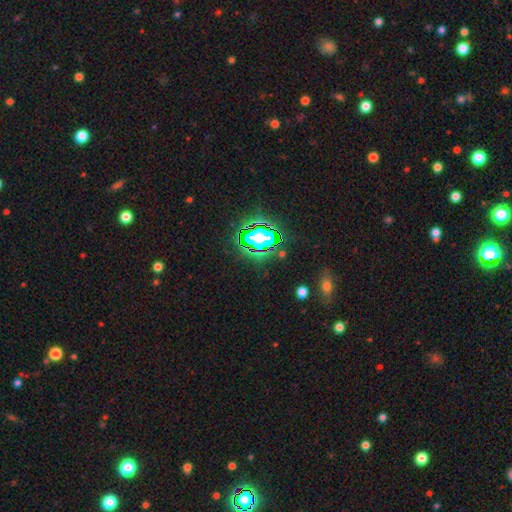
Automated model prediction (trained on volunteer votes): The model was most divided on "smooth or featured": star or artifact: 77%, smooth: 14%, featured or disk: 9%.